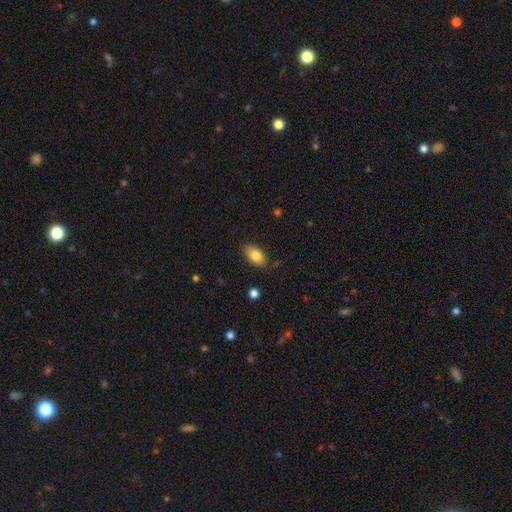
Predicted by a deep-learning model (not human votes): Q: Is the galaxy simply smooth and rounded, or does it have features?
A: smooth — 82%.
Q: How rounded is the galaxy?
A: in between — 91%.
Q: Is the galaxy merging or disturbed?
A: none — 82%.